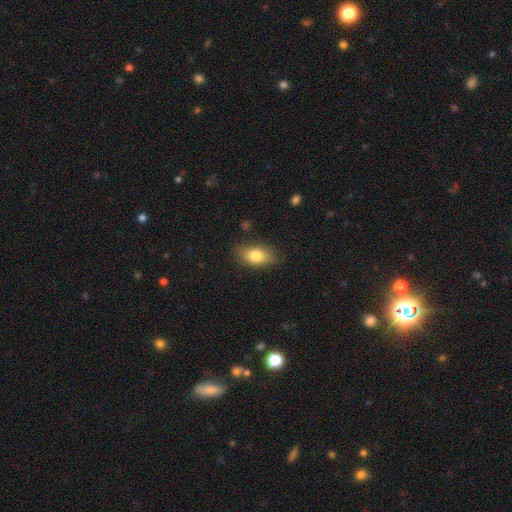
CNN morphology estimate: Smooth or featured? Predicted: smooth (p=0.80). How rounded? Predicted: in between (p=0.86). Merging? Predicted: none (p=0.81).